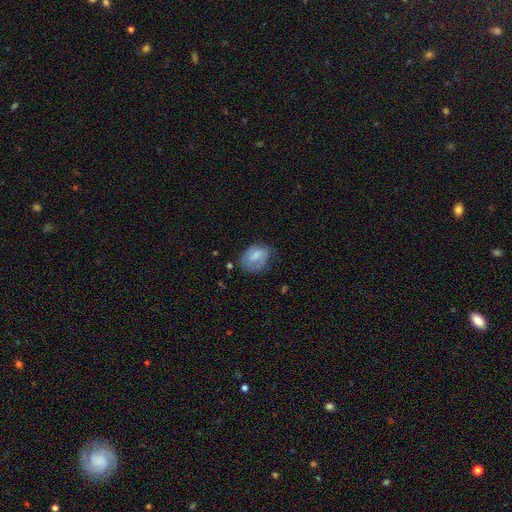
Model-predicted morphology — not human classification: A smooth galaxy with no disk features (56%) that is in between round and cigar-shaped (64%). Merging: none (50%).